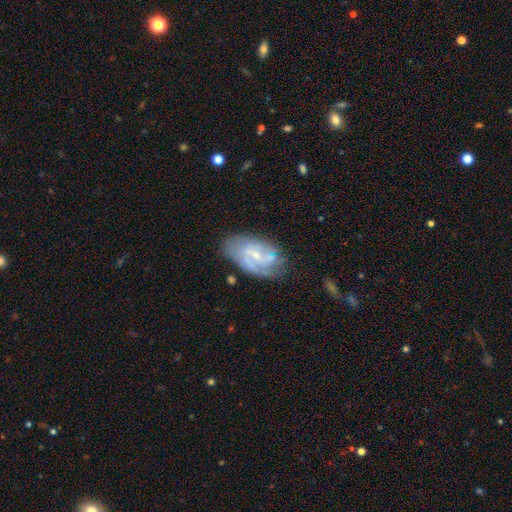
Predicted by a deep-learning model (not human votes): smooth_or_featured: featured or disk (p=0.76) [alt: smooth p=0.17]
disk_edge_on: no (p=0.96) [alt: yes p=0.04]
bar: weak (p=0.50) [alt: no p=0.37]
has_spiral_arms: yes (p=0.88) [alt: no p=0.12]
spiral_winding: medium (p=0.43) [alt: tight p=0.37]
spiral_arm_count: 2 (p=0.43) [alt: can't tell p=0.28]
bulge_size: small (p=0.71) [alt: moderate p=0.18]
merging: none (p=0.65) [alt: minor disturbance p=0.22]